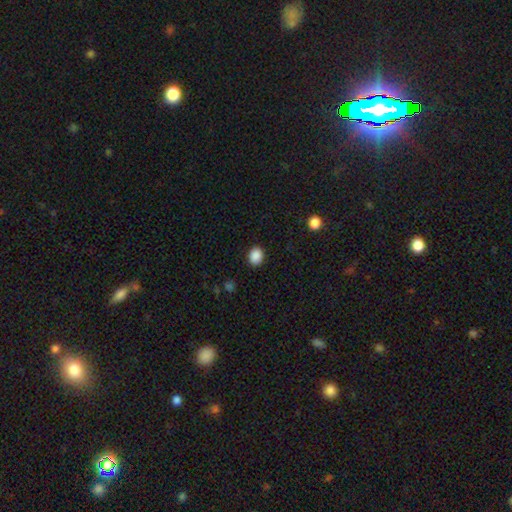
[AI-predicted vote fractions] A smooth galaxy with no disk features (89%) that is round (56%).

Vote fractions:
- Smooth or featured? smooth: 89% / star or artifact: 9% / featured or disk: 2%
- How rounded? round: 56% / in between: 43% / cigar-shaped: 1%
- Merging? none: 90% / minor disturbance: 7% / major disturbance: 2% / merger: 1%